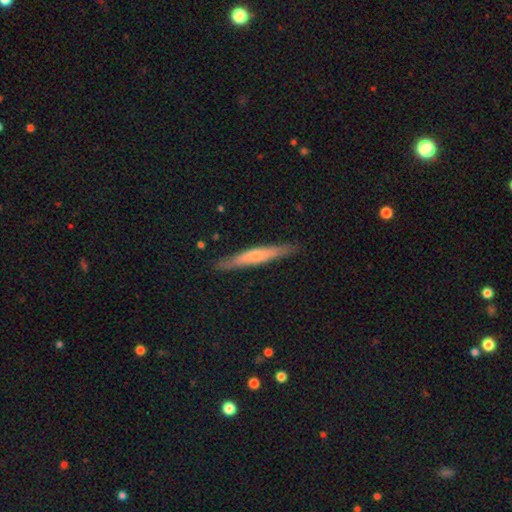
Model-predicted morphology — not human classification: smooth_or_featured: smooth (p=0.51) [alt: featured or disk p=0.44]
how_rounded: cigar-shaped (p=0.93) [alt: in between p=0.05]
merging: none (p=0.87) [alt: minor disturbance p=0.10]